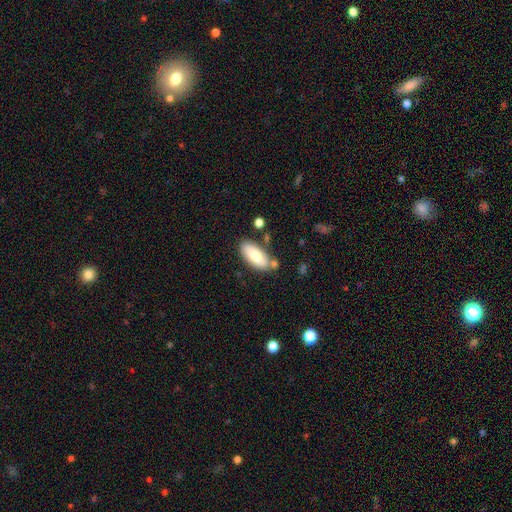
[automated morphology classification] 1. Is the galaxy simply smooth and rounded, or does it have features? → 75% smooth, 19% featured or disk, 7% star or artifact.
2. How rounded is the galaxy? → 85% in between, 13% cigar-shaped, 2% round.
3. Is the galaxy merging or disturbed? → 74% none, 15% minor disturbance, 8% merger, 3% major disturbance.